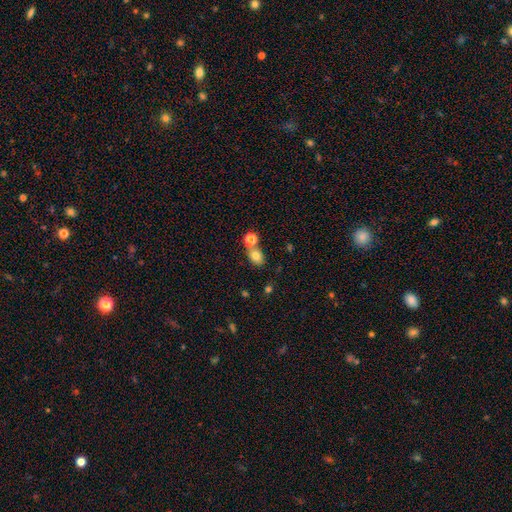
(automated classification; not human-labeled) smooth 79%, star or artifact 11%, featured or disk 10%. Down the decision tree: how rounded — in between (59%); merging — none (58%).